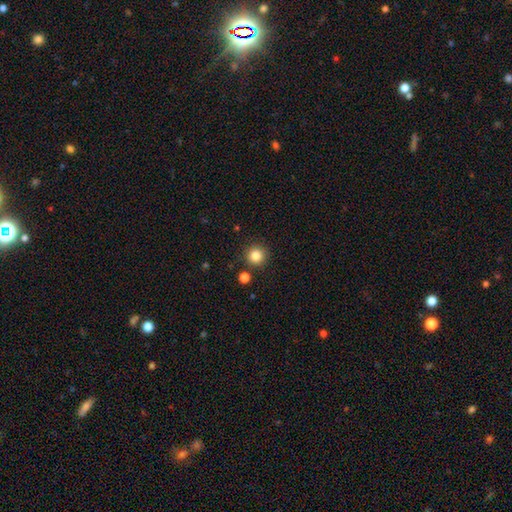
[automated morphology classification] smooth_or_featured: smooth (p=0.85) [alt: star or artifact p=0.11]
how_rounded: round (p=0.95) [alt: in between p=0.04]
merging: none (p=0.88) [alt: minor disturbance p=0.06]